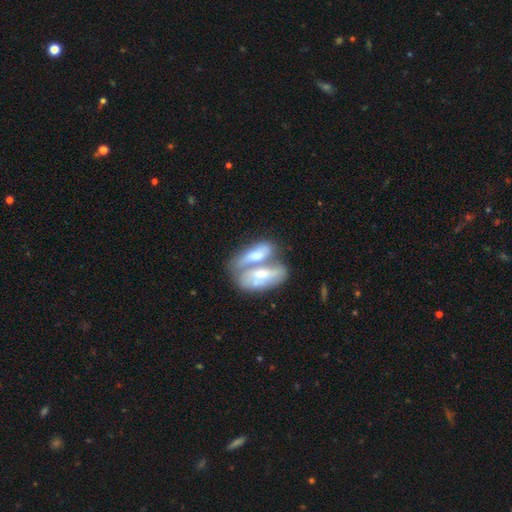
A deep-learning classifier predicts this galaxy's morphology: Smooth or featured? Predicted: smooth (p=0.52). How rounded? Predicted: in between (p=0.78). Merging? Predicted: merger (p=0.69).